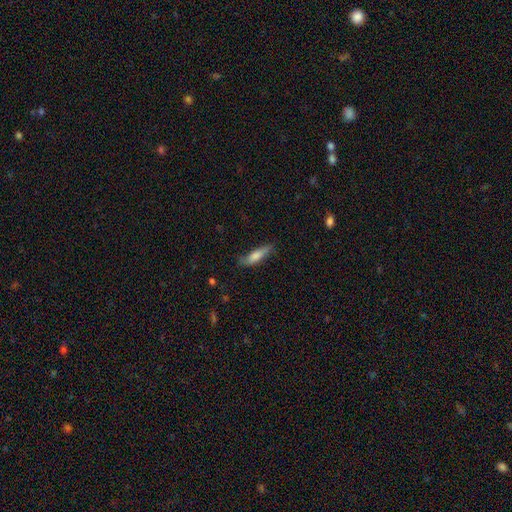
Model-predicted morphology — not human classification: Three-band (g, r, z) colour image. It shows a smooth galaxy with no disk features (65%) that is cigar-shaped (75%). Merging: none (74%).